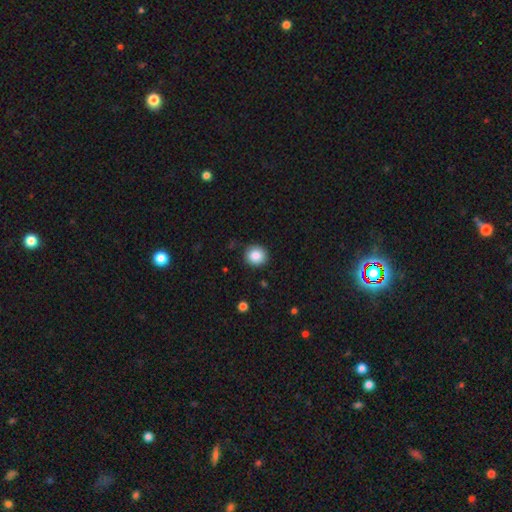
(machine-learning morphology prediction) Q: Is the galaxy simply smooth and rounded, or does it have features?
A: smooth — 86%.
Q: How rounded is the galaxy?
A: round — 92%.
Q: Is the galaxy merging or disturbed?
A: none — 88%.